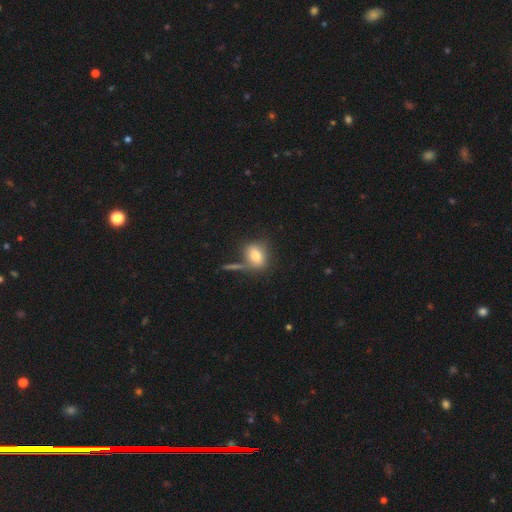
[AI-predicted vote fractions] Smooth or featured? Predicted: smooth (p=0.73). How rounded? Predicted: in between (p=0.53). Merging? Predicted: none (p=0.60).